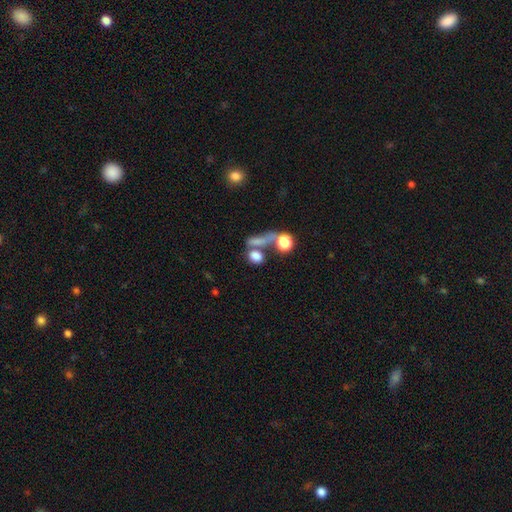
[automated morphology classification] Smooth or featured: smooth — 75% (star or artifact — 14%)
How rounded: in between — 54% (round — 36%)
Merging: none — 41% (merger — 38%)